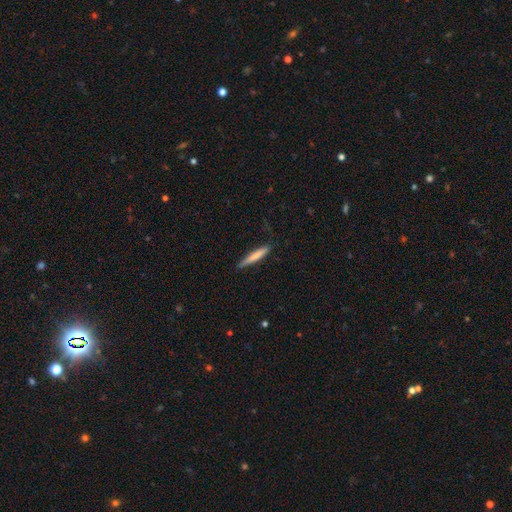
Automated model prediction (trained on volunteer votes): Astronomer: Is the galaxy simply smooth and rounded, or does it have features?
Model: smooth — 71%.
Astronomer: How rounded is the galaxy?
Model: cigar-shaped — 94%.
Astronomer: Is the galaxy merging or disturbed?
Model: none — 83%.